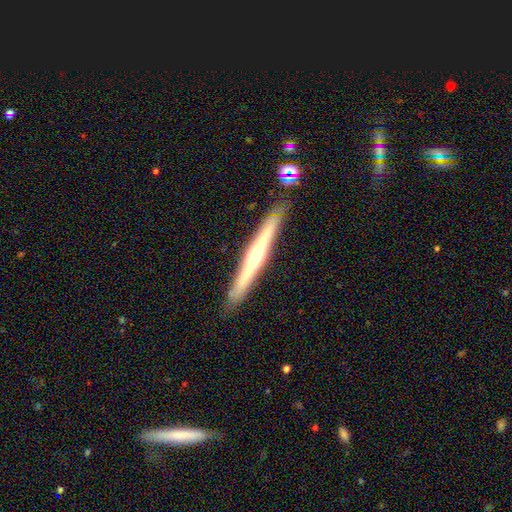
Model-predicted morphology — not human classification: Overall: featured or disk (64%; smooth 31%). Edge-on disk: yes (96%). Edge-on bulge: rounded (66%; none 27%). Merging: none (87%).